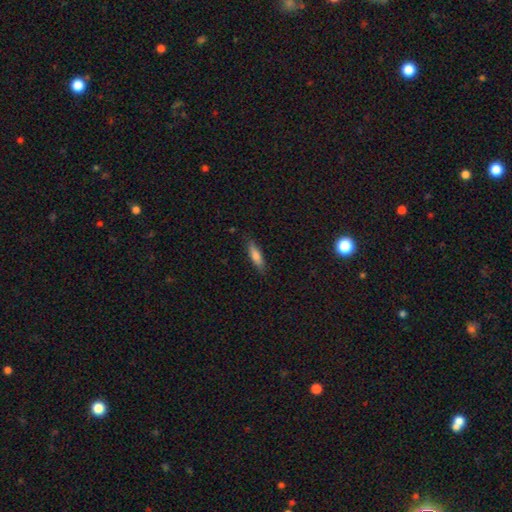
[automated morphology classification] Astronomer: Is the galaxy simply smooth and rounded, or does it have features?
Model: smooth — 78%.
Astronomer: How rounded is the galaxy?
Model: cigar-shaped — 58% (runner-up: in between, 41%).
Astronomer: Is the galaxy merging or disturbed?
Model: none — 84%.